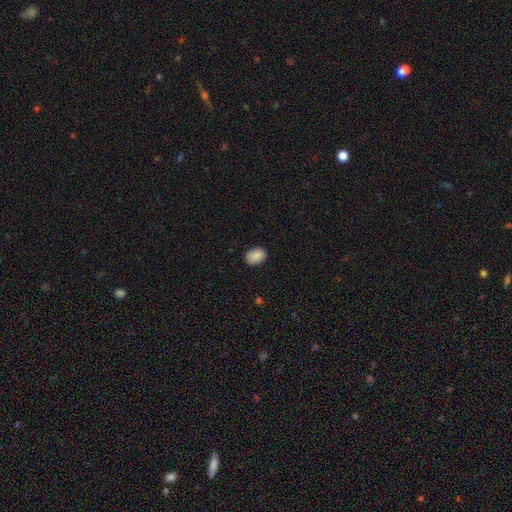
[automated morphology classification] Smooth or featured? smooth (88%)
How rounded? in between (82%)
Merging? none (88%)